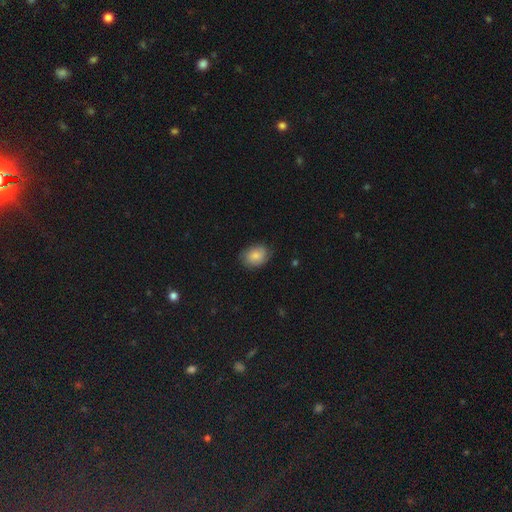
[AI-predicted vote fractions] smooth 81%, featured or disk 12%, star or artifact 8%. Down the decision tree: how rounded — in between (65%); merging — none (78%).